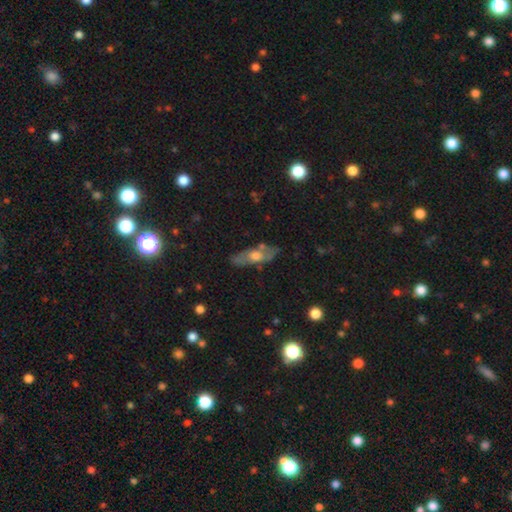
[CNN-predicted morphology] Smooth or featured? featured or disk (53%)
Edge-on disk? no (52%)
Merging? none (75%)